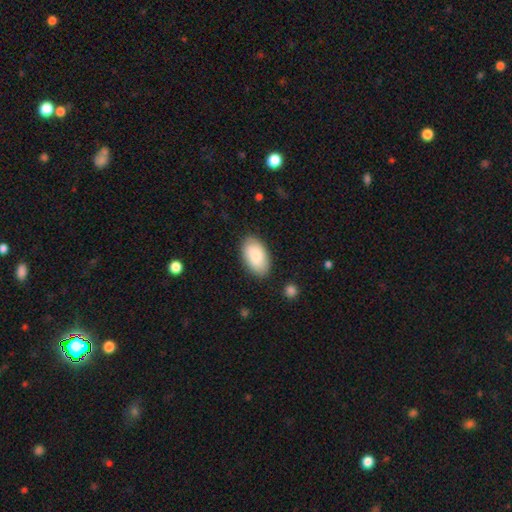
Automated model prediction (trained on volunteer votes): Smooth or featured? smooth (83%)
How rounded? in between (95%)
Merging? none (85%)